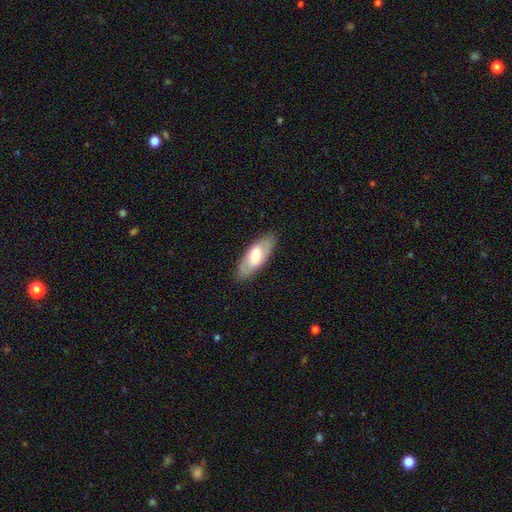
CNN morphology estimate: Q: Smooth or featured?
A: smooth (57%); runner-up: featured or disk (38%)
Q: How rounded?
A: in between (78%); runner-up: cigar-shaped (19%)
Q: Merging?
A: none (86%); runner-up: minor disturbance (11%)